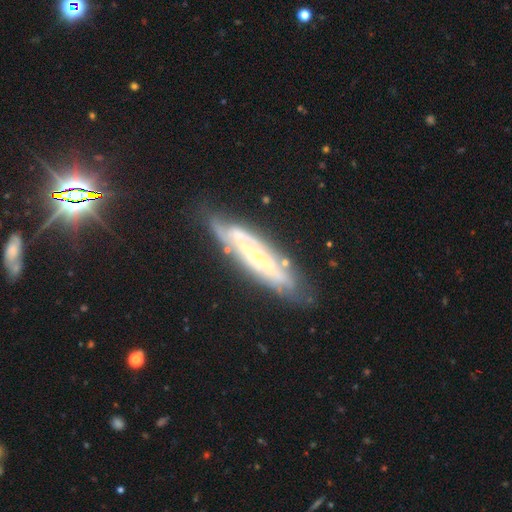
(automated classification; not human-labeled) featured or disk 76%, smooth 16%, star or artifact 8%. Down the decision tree: edge-on disk — yes (52%); merging — none (70%).